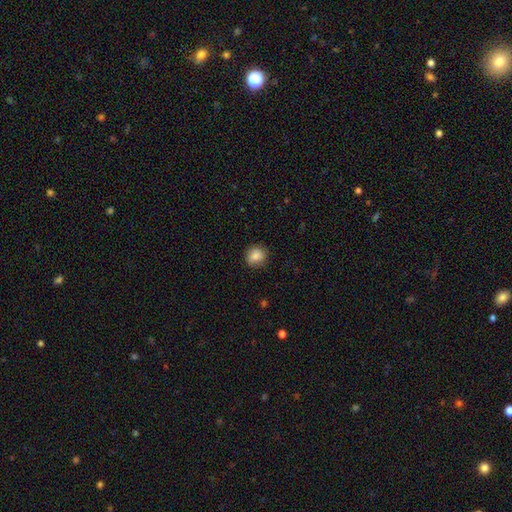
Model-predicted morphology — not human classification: This appears to be a smooth galaxy with no disk features (83%) that is round (79%). Merging: none (81%).